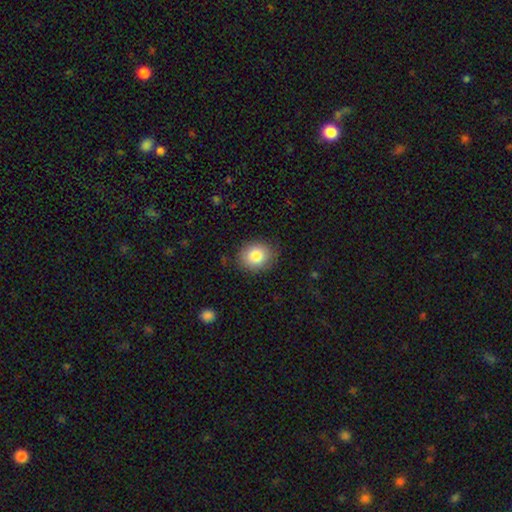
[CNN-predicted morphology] Smooth or featured?
  - smooth: 84% *
  - star or artifact: 8%
  - featured or disk: 8%
How rounded?
  - round: 62% *
  - in between: 38%
  - cigar-shaped: 1%
Merging?
  - none: 84% *
  - minor disturbance: 12%
  - major disturbance: 3%
  - merger: 1%